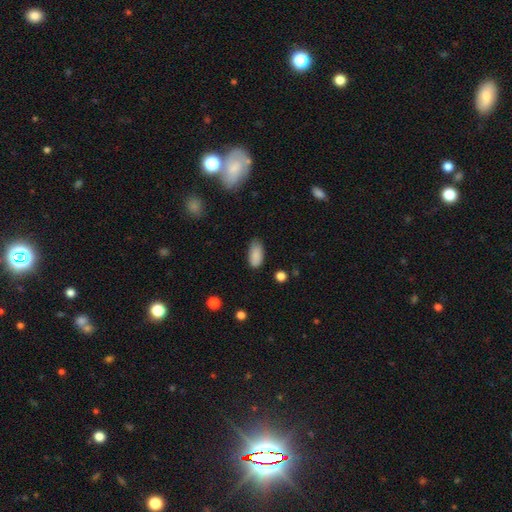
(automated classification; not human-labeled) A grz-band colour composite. It shows a smooth galaxy with no disk features (87%) that is in between round and cigar-shaped (91%). Merging: none (69%).